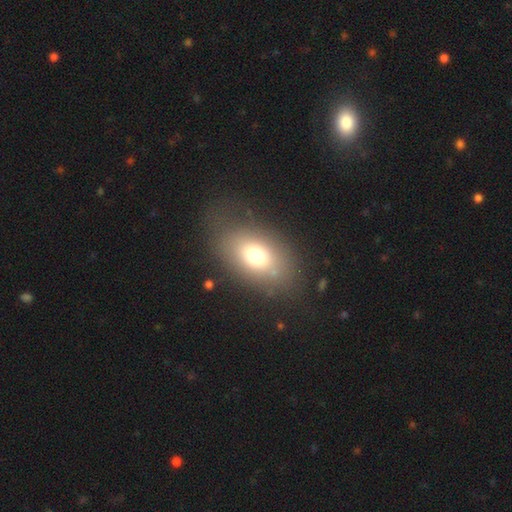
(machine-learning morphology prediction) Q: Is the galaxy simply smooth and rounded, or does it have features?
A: smooth — 71%.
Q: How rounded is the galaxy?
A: in between — 81%.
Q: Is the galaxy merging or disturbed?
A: none — 71%.